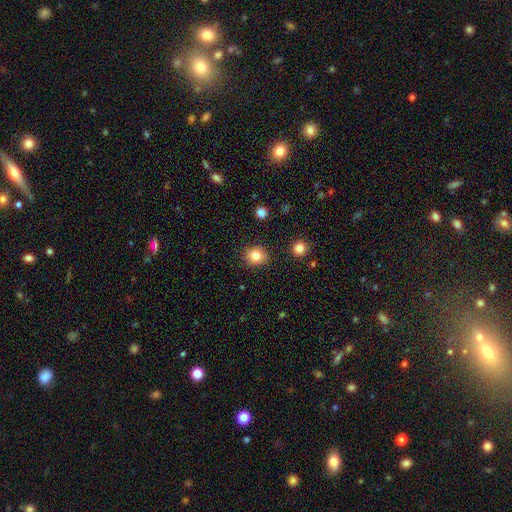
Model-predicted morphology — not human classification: smooth 83%, star or artifact 11%, featured or disk 6%. Down the decision tree: how rounded — round (83%); merging — none (88%).